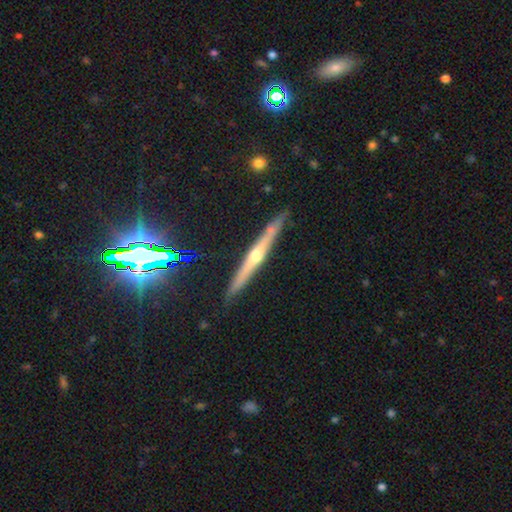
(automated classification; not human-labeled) A featured or disk galaxy (72%) viewed edge-on (97%) with a rounded central bulge (82%). Merging: none (89%).